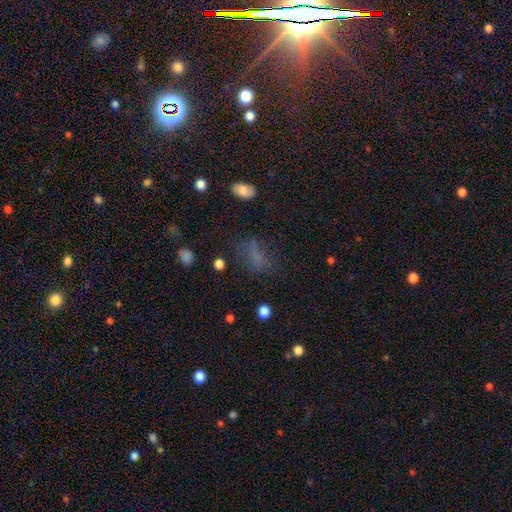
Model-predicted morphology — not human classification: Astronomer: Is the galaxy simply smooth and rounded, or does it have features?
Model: smooth — 57%.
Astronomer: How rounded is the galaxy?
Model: in between — 74%.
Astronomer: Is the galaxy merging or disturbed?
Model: none — 49% (runner-up: major disturbance, 24%).